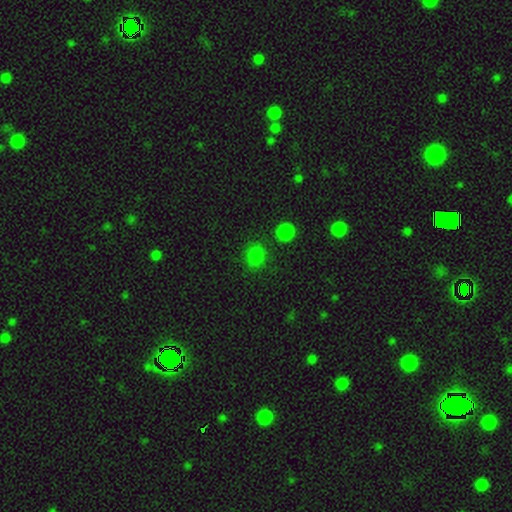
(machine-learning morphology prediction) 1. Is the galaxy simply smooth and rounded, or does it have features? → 81% smooth, 15% star or artifact, 3% featured or disk.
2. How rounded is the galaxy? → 78% round, 21% in between, 1% cigar-shaped.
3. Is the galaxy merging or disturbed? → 85% none, 9% minor disturbance, 3% merger, 3% major disturbance.